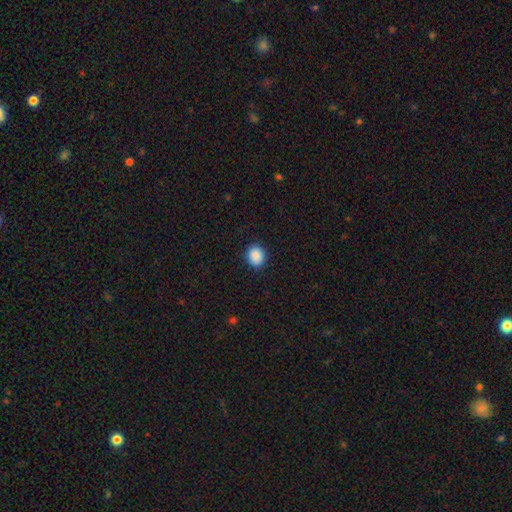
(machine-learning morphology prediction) Smooth or featured: smooth — 89% (star or artifact — 8%)
How rounded: round — 76% (in between — 23%)
Merging: none — 91% (minor disturbance — 6%)